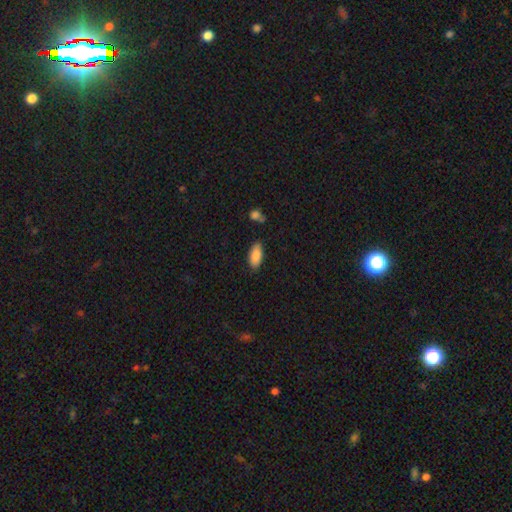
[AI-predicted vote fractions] smooth-or-featured: smooth: 88% | star or artifact: 7% | featured or disk: 5%
  how-rounded: in between: 88% | cigar-shaped: 10% | round: 2%
  merging: none: 82% | minor disturbance: 13% | major disturbance: 3% | merger: 3%